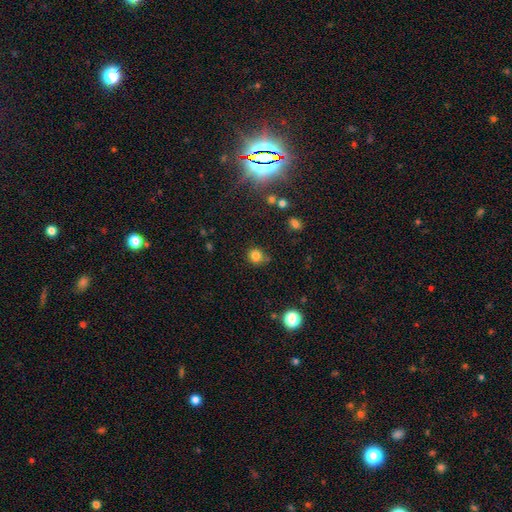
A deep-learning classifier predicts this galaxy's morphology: smooth 80%, star or artifact 14%, featured or disk 6%. Down the decision tree: how rounded — round (86%); merging — none (71%).